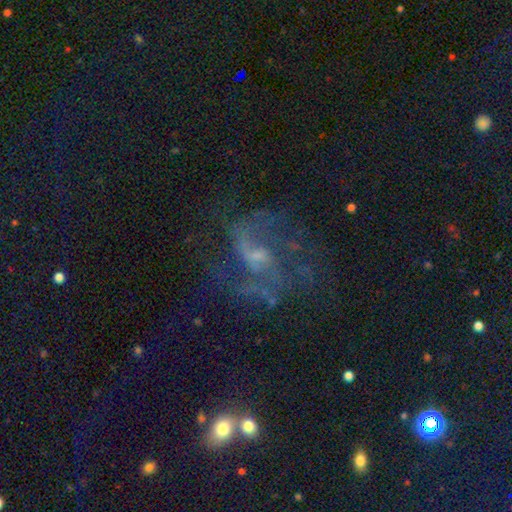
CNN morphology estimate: Smooth or featured? Predicted: featured or disk (p=0.78). Edge-on disk? Predicted: no (p=0.98). Bar? Predicted: weak (p=0.47). Spiral arms? Predicted: yes (p=0.86). Spiral winding? Predicted: loose (p=0.47). Spiral arm count? Predicted: 2 (p=0.55). Bulge size? Predicted: small (p=0.57). Merging? Predicted: none (p=0.55).